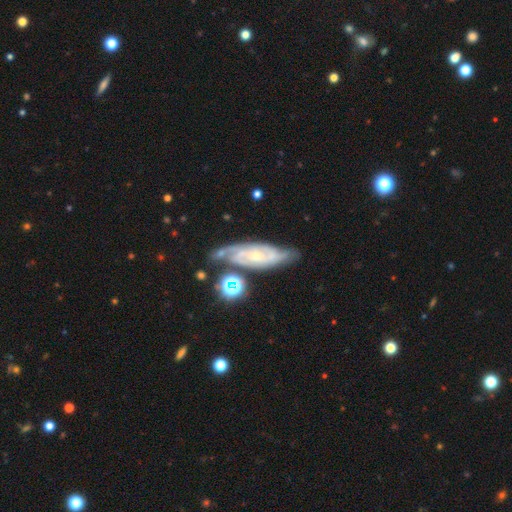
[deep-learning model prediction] Smooth or featured? Predicted: featured or disk (p=0.82). Edge-on disk? Predicted: no (p=0.88). Bar? Predicted: no (p=0.57). Spiral arms? Predicted: yes (p=0.96). Spiral winding? Predicted: tight (p=0.58). Spiral arm count? Predicted: 2 (p=0.47). Bulge size? Predicted: small (p=0.66). Merging? Predicted: none (p=0.63).